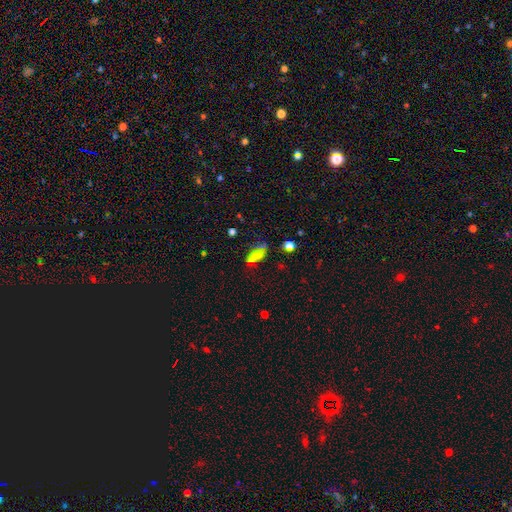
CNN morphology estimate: This is possibly a smooth galaxy (56%). How rounded: likely in between (76%). Merging: marginally none (40%).